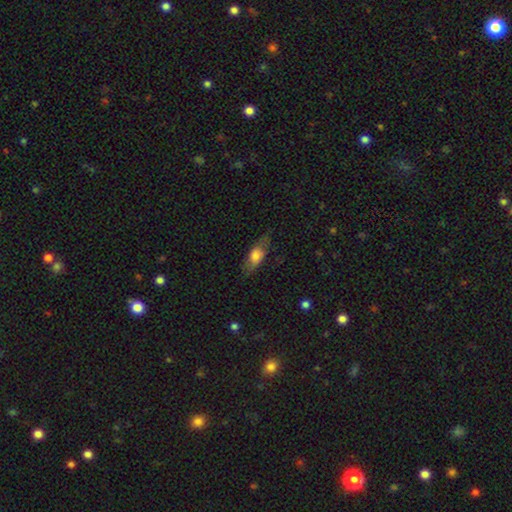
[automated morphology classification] A smooth galaxy with no disk features (62%) that is in between round and cigar-shaped (67%). Merging: none (73%).